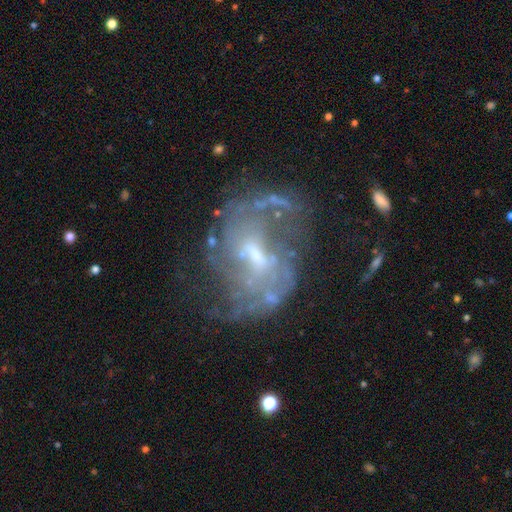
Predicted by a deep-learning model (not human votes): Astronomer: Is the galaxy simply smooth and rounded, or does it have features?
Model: featured or disk — 82%.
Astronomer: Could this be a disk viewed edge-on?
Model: no — 97%.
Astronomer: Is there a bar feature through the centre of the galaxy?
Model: weak — 55%.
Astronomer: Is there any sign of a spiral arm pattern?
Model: yes — 81%.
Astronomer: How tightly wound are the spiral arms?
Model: loose — 43% (runner-up: medium, 38%).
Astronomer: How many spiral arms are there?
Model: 2 — 52%.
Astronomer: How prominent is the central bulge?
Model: small — 50% (runner-up: moderate, 37%).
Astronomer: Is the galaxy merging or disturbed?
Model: none — 49%.